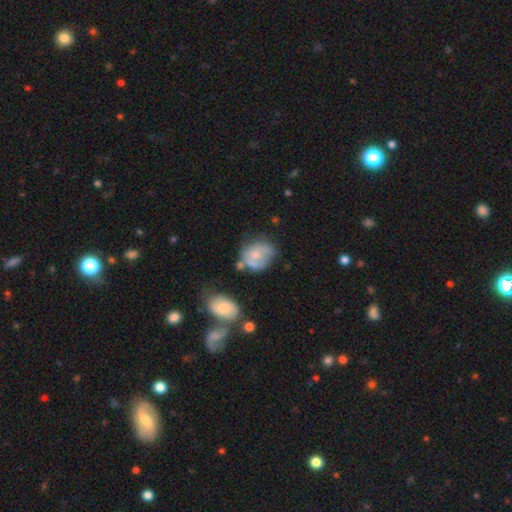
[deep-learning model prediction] This appears to be a smooth galaxy with no disk features (54%) that is round (55%). Merging: none (36%).